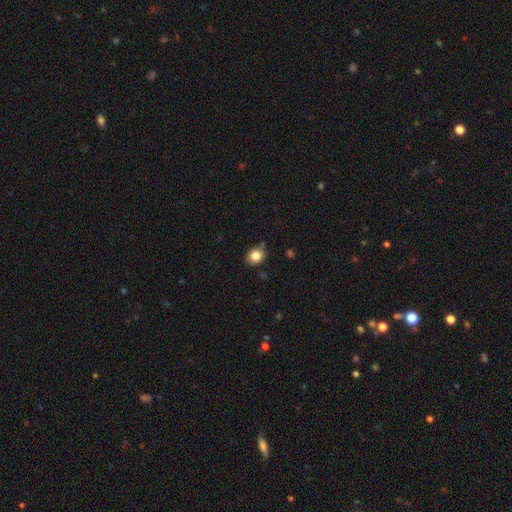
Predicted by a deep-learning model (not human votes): Smooth or featured? Predicted: smooth (p=0.83). How rounded? Predicted: round (p=0.60). Merging? Predicted: none (p=0.76).